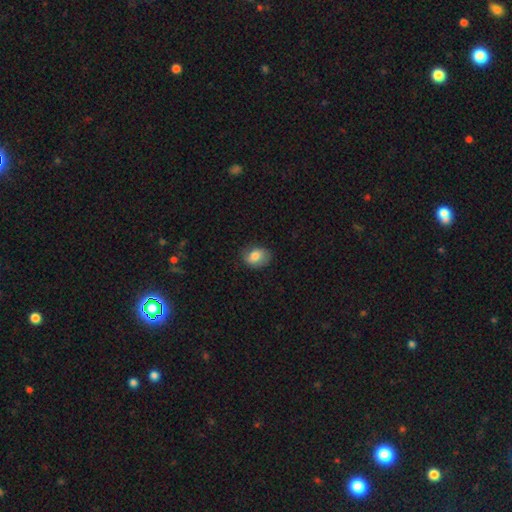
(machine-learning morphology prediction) smooth 80%, featured or disk 12%, star or artifact 8%. Down the decision tree: how rounded — in between (61%); merging — none (74%).